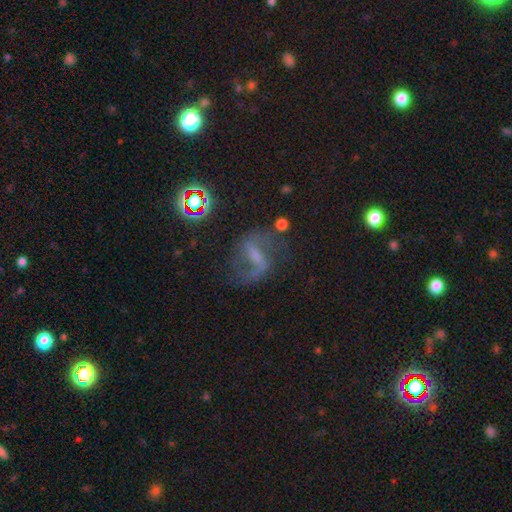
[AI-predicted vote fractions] The model was most divided on "bar": weak: 44%, strong: 41%, no: 15%. Remaining: edge-on disk — no (95%); spiral arms — yes (89%); spiral arm count — 2 (87%); smooth or featured — featured or disk (69%); merging — none (67%); spiral winding — loose (59%); bulge size — small (49%).